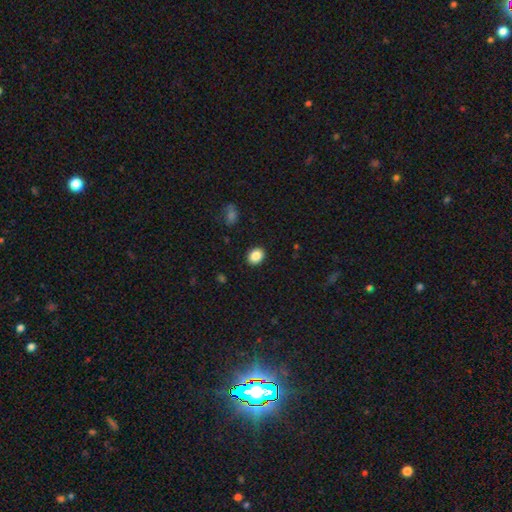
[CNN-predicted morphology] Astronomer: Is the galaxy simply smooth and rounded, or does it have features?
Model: smooth — 87%.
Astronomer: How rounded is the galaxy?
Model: in between — 54% (runner-up: round, 45%).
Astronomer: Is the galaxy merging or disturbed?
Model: none — 90%.